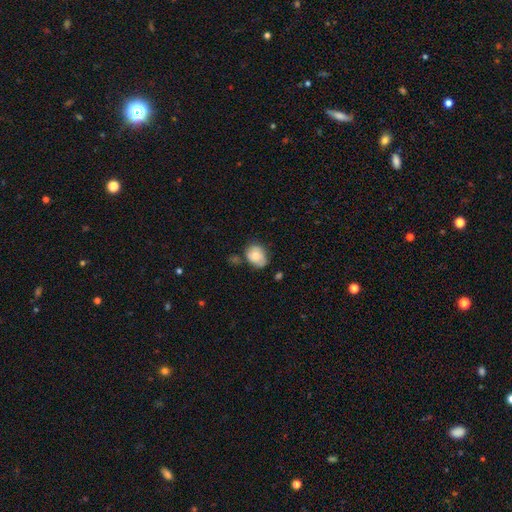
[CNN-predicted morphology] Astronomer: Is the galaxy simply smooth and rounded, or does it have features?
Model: smooth — 61%.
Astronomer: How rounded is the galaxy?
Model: in between — 53% (runner-up: round, 46%).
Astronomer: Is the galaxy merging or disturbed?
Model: none — 54% (runner-up: minor disturbance, 31%).